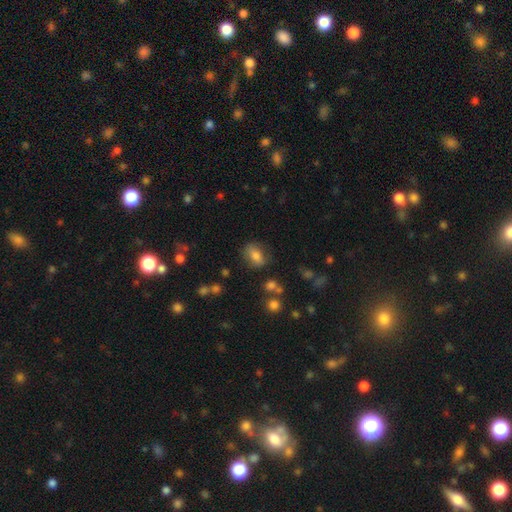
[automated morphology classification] smooth 74%, featured or disk 16%, star or artifact 9%. Down the decision tree: how rounded — in between (75%); merging — none (75%).